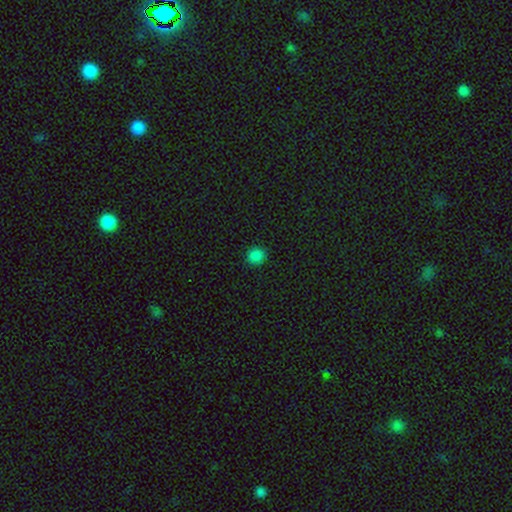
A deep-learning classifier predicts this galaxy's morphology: smooth-or-featured: smooth: 84% | star or artifact: 13% | featured or disk: 2%
  how-rounded: round: 86% | in between: 13% | cigar-shaped: 1%
  merging: none: 91% | minor disturbance: 6% | major disturbance: 2% | merger: 1%